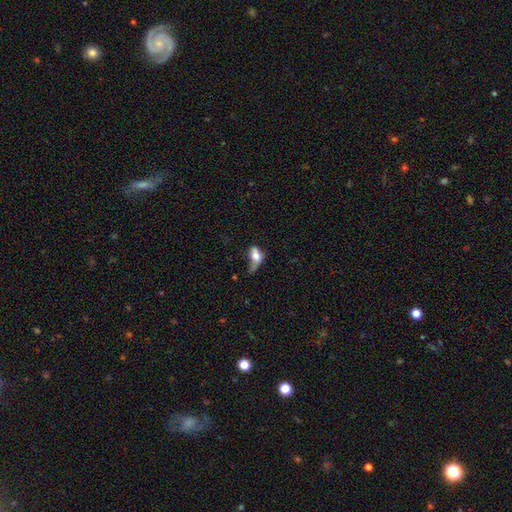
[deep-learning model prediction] Q: Smooth or featured?
A: smooth (62%); runner-up: featured or disk (27%)
Q: How rounded?
A: in between (75%); runner-up: round (17%)
Q: Merging?
A: major disturbance (44%); runner-up: minor disturbance (23%)